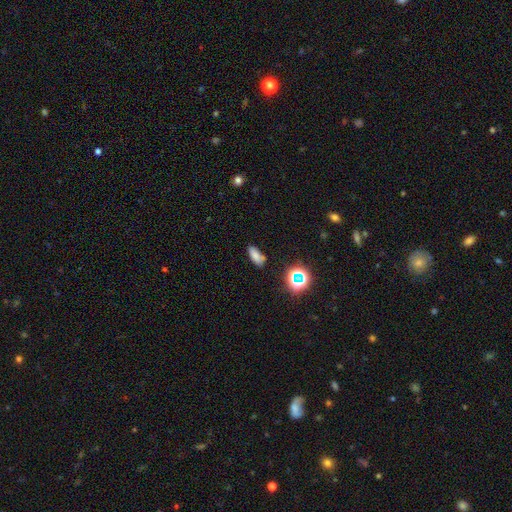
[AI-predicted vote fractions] This is likely a smooth galaxy (73%). How rounded: likely in between (78%). Merging: likely none (74%).